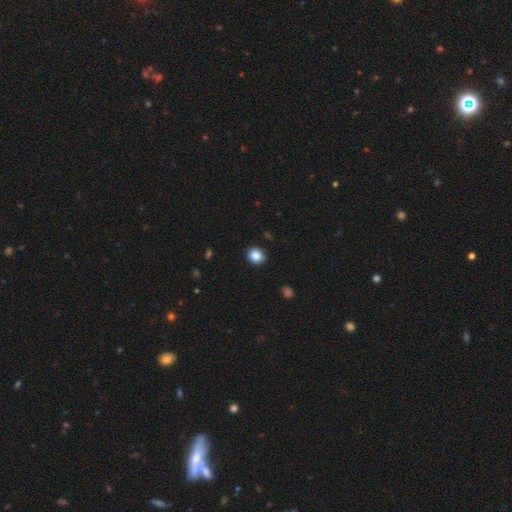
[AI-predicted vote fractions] A smooth galaxy with no disk features (85%) that is round (84%).

Vote fractions:
- Smooth or featured? smooth: 85% / star or artifact: 10% / featured or disk: 5%
- How rounded? round: 84% / in between: 16% / cigar-shaped: 1%
- Merging? none: 91% / minor disturbance: 6% / major disturbance: 2% / merger: 1%